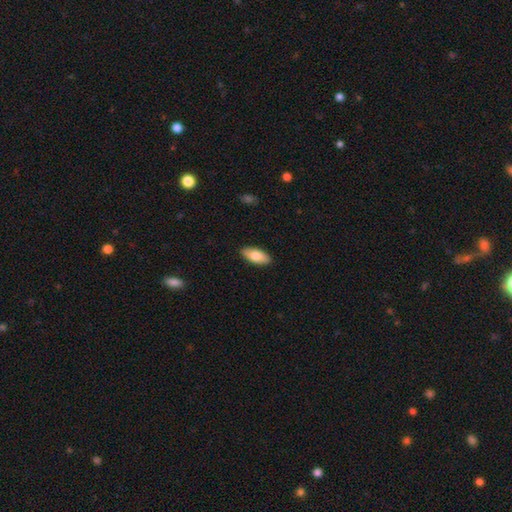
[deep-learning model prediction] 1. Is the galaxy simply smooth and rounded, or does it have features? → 78% smooth, 16% featured or disk, 6% star or artifact.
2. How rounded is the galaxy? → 86% in between, 12% cigar-shaped, 2% round.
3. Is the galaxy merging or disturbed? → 90% none, 8% minor disturbance, 2% major disturbance, 1% merger.